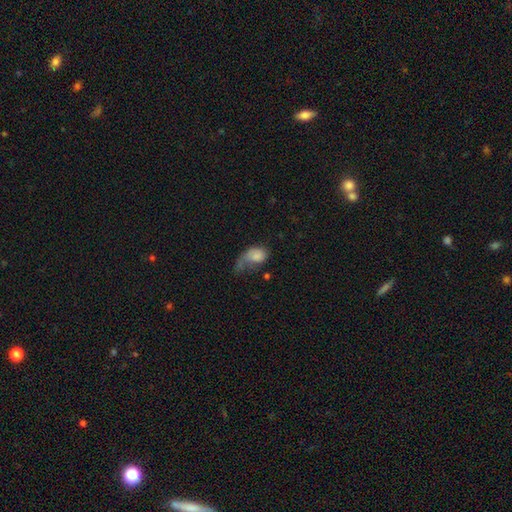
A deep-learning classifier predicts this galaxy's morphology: This is likely a smooth galaxy (66%). How rounded: clearly in between (80%). Merging: possibly major disturbance (55%).